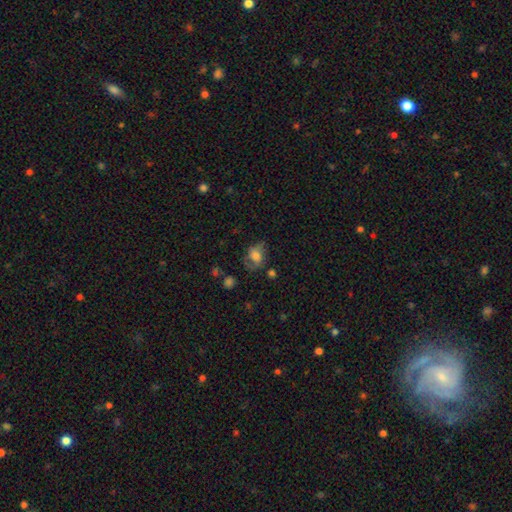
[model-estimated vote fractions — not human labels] Smooth or featured: featured or disk — 47% (smooth — 43%)
Merging: none — 59% (minor disturbance — 24%)